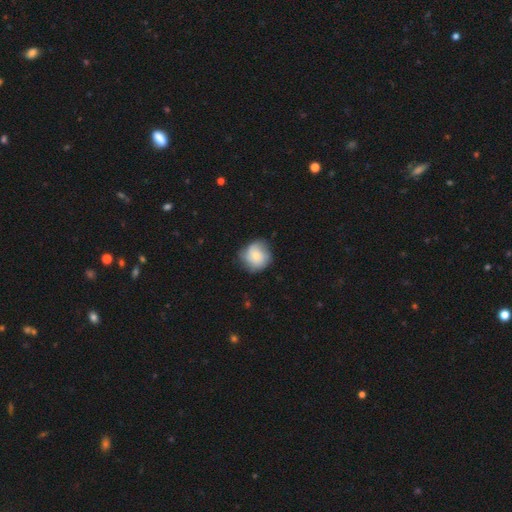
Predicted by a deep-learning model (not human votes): smooth 64%, featured or disk 28%, star or artifact 8%. Down the decision tree: how rounded — round (86%); merging — none (66%).